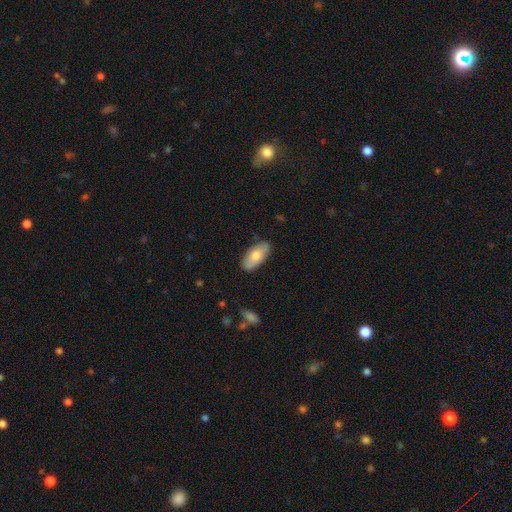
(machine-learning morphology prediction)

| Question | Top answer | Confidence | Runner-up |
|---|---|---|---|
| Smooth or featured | smooth | 74% | featured or disk (20%) |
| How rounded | in between | 90% | cigar-shaped (8%) |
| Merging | none | 84% | minor disturbance (12%) |